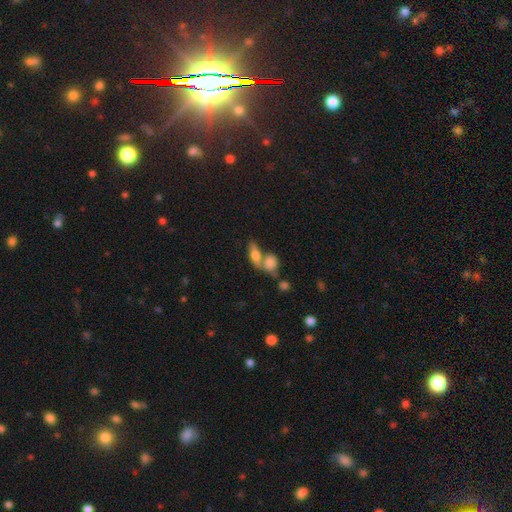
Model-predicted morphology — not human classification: smooth 65%, featured or disk 25%, star or artifact 9%. Down the decision tree: how rounded — in between (68%); merging — merger (48%).